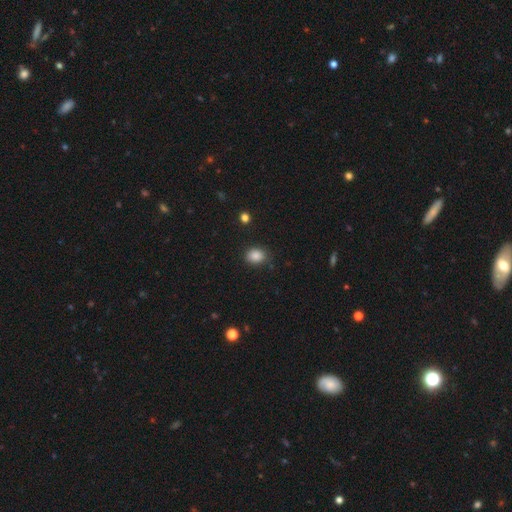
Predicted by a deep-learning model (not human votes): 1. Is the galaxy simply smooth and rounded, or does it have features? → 86% smooth, 10% star or artifact, 4% featured or disk.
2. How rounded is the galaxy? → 53% in between, 46% round, 1% cigar-shaped.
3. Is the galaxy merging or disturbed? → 82% none, 13% minor disturbance, 3% major disturbance, 2% merger.